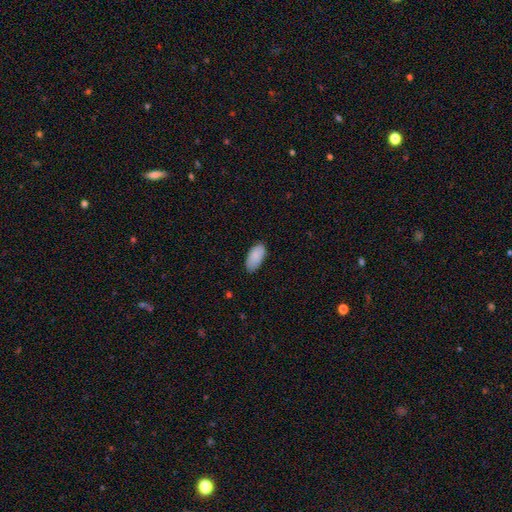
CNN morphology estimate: Smooth or featured? Predicted: smooth (p=0.86). How rounded? Predicted: in between (p=0.94). Merging? Predicted: none (p=0.76).